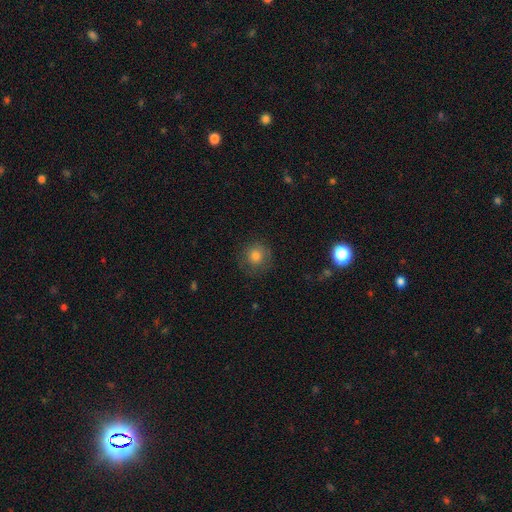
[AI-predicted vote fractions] This is likely a smooth galaxy (77%). How rounded: clearly round (92%). Merging: clearly none (81%).